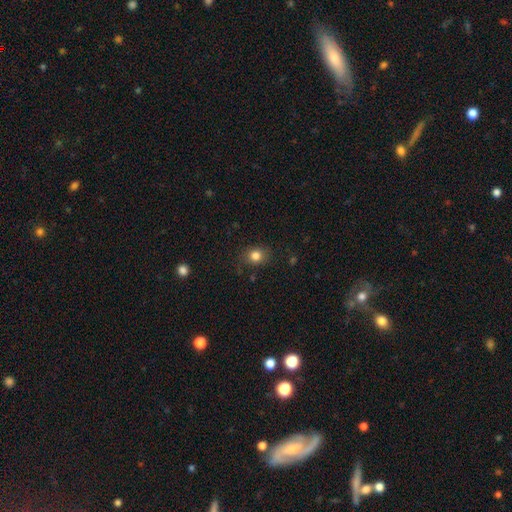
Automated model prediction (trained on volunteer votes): Smooth or featured: smooth — 82% (star or artifact — 12%)
How rounded: round — 64% (in between — 35%)
Merging: none — 81% (minor disturbance — 14%)